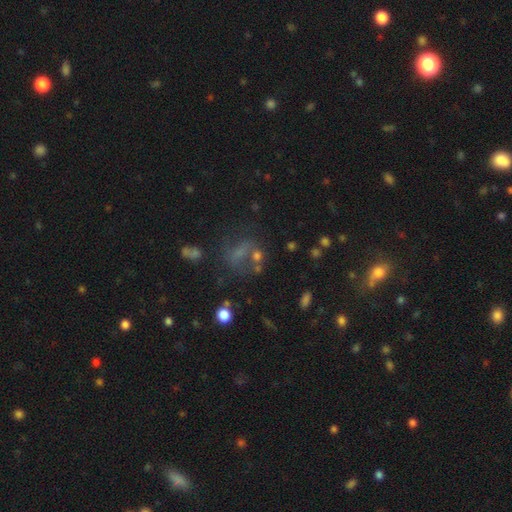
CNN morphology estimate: smooth-or-featured: smooth: 41% | star or artifact: 36% | featured or disk: 22%
  merging: none: 49% | minor disturbance: 17% | merger: 17% | major disturbance: 17%